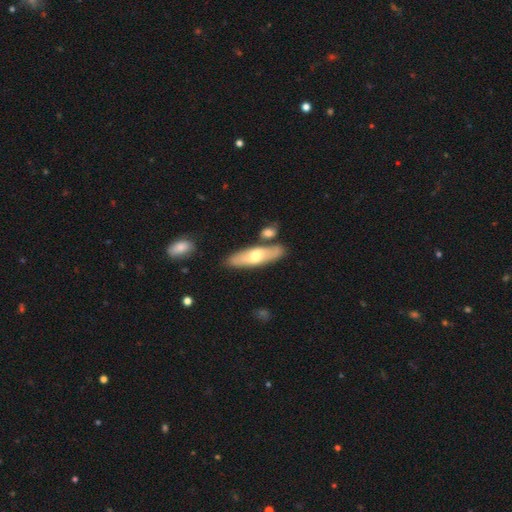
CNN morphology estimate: This appears to be a smooth galaxy with no disk features (52%) that is cigar-shaped (54%). Merging: none (78%).